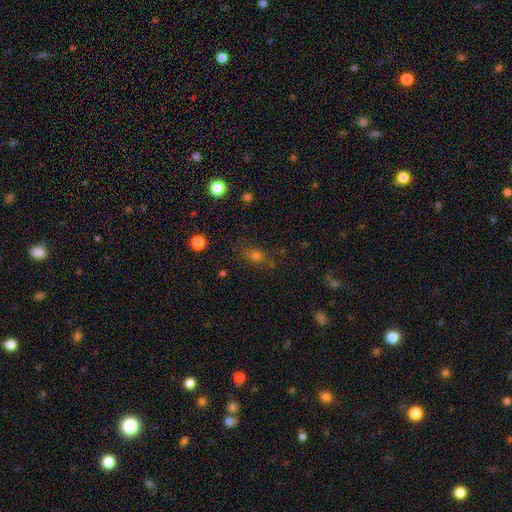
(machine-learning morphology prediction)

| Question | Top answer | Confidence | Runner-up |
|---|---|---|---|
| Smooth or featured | smooth | 65% | star or artifact (23%) |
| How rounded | in between | 60% | round (33%) |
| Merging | none | 74% | minor disturbance (16%) |